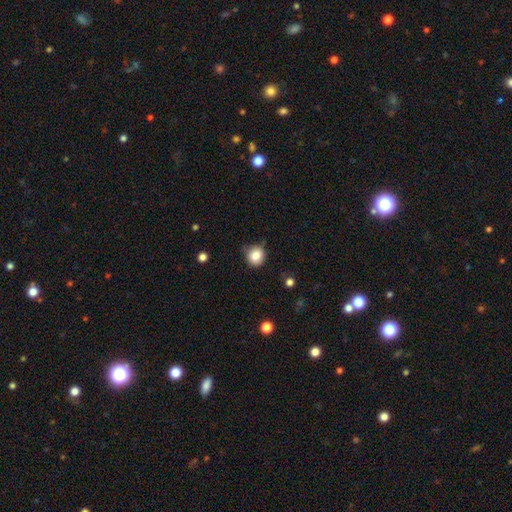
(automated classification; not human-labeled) Smooth or featured?
  - smooth: 83% *
  - star or artifact: 10%
  - featured or disk: 7%
How rounded?
  - round: 87% *
  - in between: 13%
  - cigar-shaped: 1%
Merging?
  - none: 77% *
  - minor disturbance: 18%
  - major disturbance: 3%
  - merger: 2%